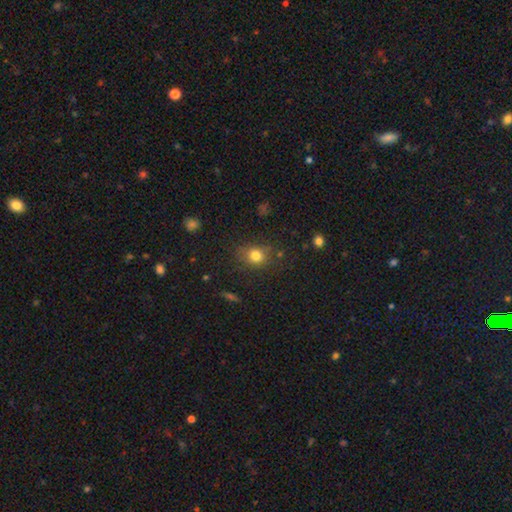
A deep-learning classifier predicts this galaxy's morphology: The model was most divided on "how rounded": round: 63%, in between: 36%, cigar-shaped: 1%. More confident: smooth or featured — smooth (78%); merging — none (77%).